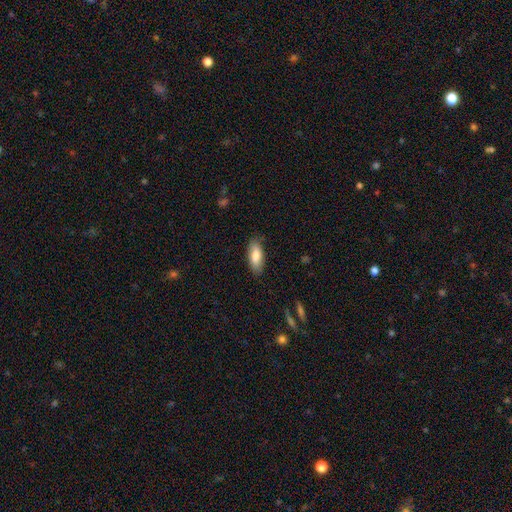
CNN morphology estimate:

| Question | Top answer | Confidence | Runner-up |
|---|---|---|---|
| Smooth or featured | smooth | 82% | featured or disk (12%) |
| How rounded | in between | 73% | cigar-shaped (25%) |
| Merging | none | 86% | minor disturbance (11%) |